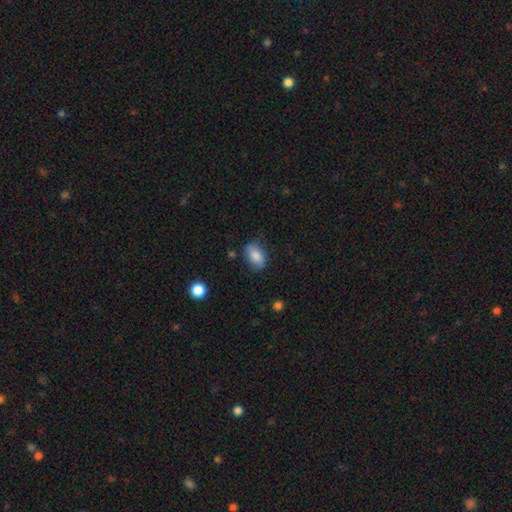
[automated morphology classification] The model was most divided on "merging": none: 75%, minor disturbance: 19%, major disturbance: 4%, merger: 2%. More confident: how rounded — in between (89%); smooth or featured — smooth (80%).